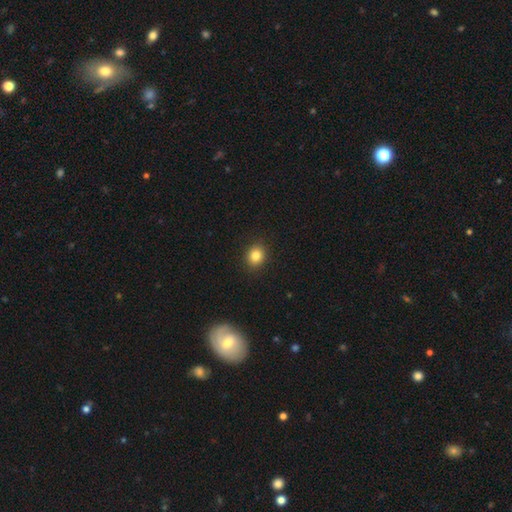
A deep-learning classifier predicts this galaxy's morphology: A smooth galaxy with no disk features (83%) that is round (76%). Merging: none (90%).